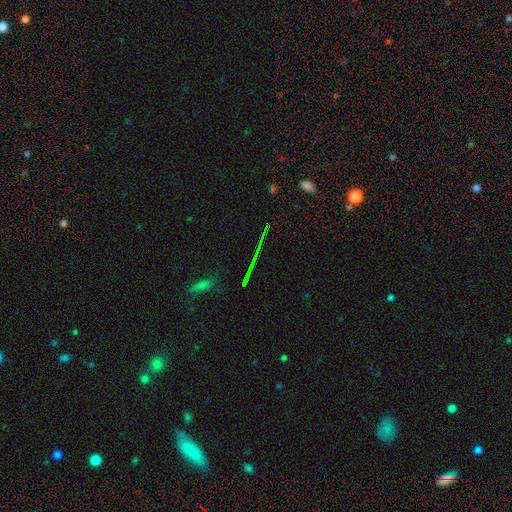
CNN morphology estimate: A star or artifact, not a galaxy (74%).